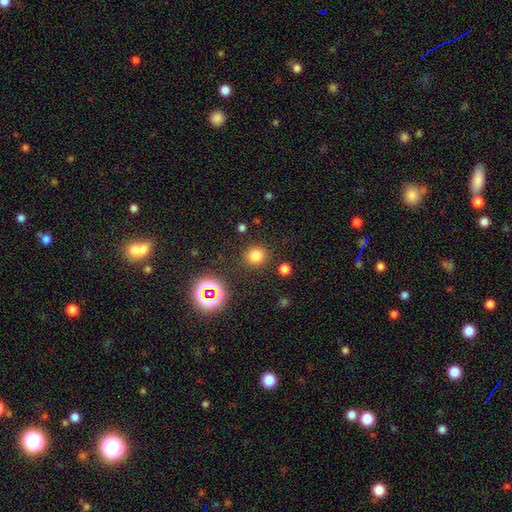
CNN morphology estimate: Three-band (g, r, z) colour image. It shows a smooth galaxy with no disk features (76%) that is round (90%). Merging: none (86%).